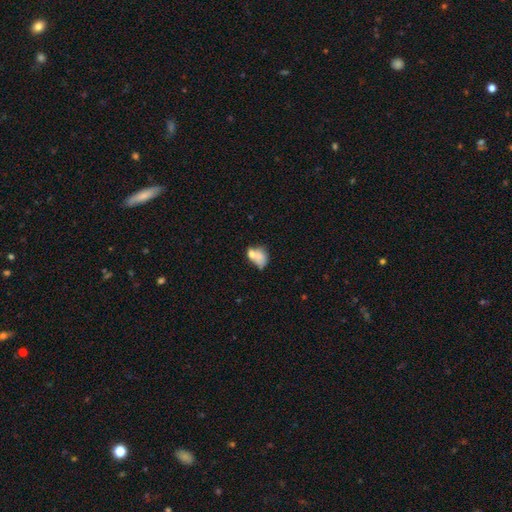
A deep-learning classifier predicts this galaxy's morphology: A smooth galaxy with no disk features (66%) that is in between round and cigar-shaped (72%).

Vote fractions:
- Smooth or featured? smooth: 66% / featured or disk: 24% / star or artifact: 10%
- How rounded? in between: 72% / round: 26% / cigar-shaped: 2%
- Merging? merger: 43% / none: 27% / minor disturbance: 18% / major disturbance: 12%